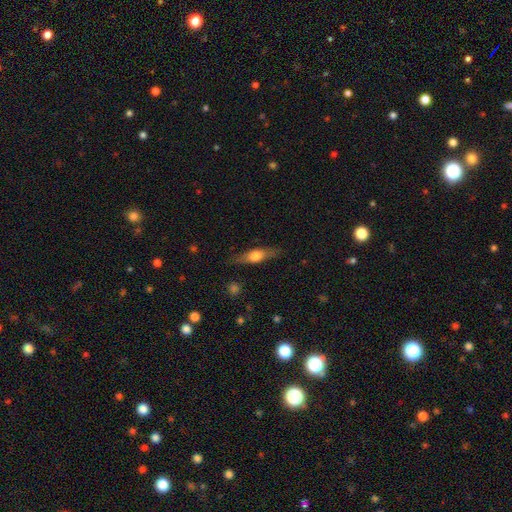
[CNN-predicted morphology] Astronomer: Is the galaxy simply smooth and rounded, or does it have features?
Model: smooth — 51% (runner-up: featured or disk, 42%).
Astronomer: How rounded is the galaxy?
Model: cigar-shaped — 57% (runner-up: in between, 39%).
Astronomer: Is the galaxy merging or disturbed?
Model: none — 82%.